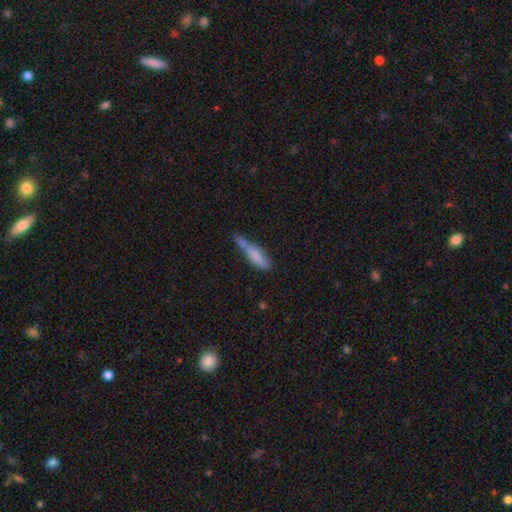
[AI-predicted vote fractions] Smooth or featured? Predicted: smooth (p=0.75). How rounded? Predicted: cigar-shaped (p=0.70). Merging? Predicted: none (p=0.34).